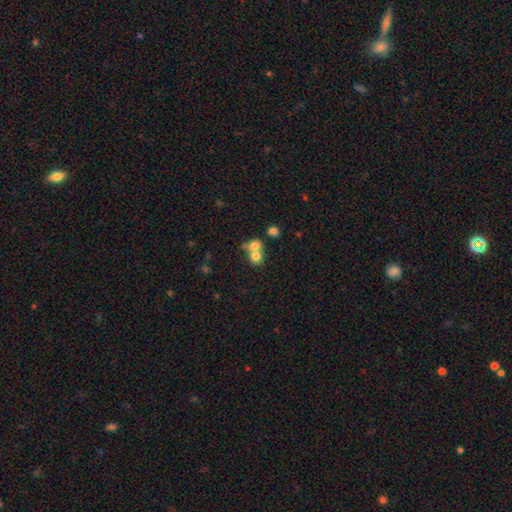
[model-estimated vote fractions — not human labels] smooth-or-featured: smooth: 73% | featured or disk: 16% | star or artifact: 11%
  how-rounded: round: 73% | in between: 25% | cigar-shaped: 1%
  merging: merger: 65% | none: 27% | minor disturbance: 5% | major disturbance: 3%